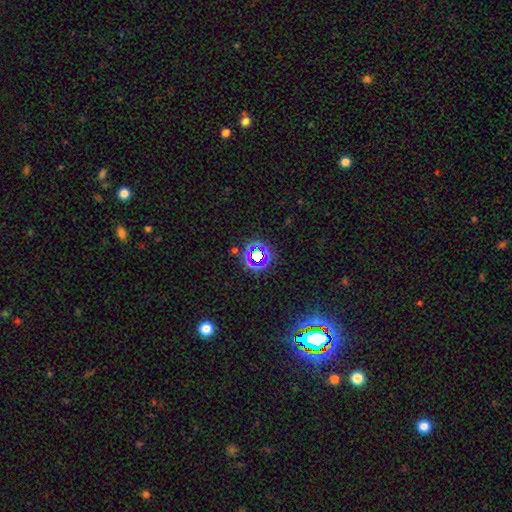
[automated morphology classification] smooth-or-featured: star or artifact: 65% | smooth: 24% | featured or disk: 11%